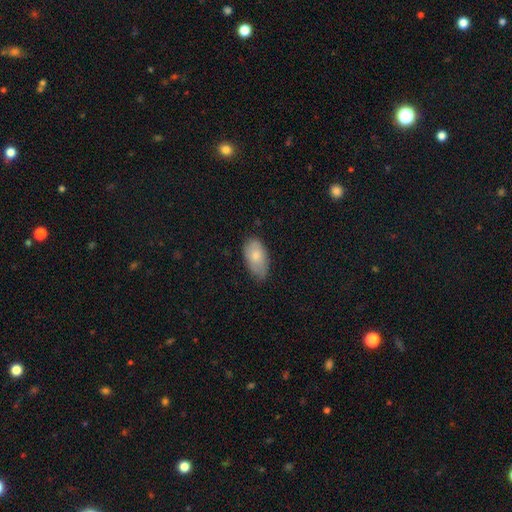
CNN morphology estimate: Q: Smooth or featured?
A: smooth (76%); runner-up: featured or disk (17%)
Q: How rounded?
A: in between (94%); runner-up: round (4%)
Q: Merging?
A: none (64%); runner-up: minor disturbance (31%)